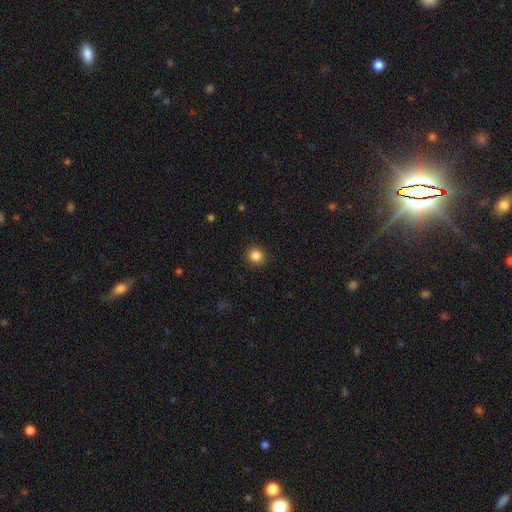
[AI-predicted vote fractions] The model was most divided on "smooth or featured": smooth: 85%, star or artifact: 11%, featured or disk: 4%. More confident: how rounded — round (93%); merging — none (92%).